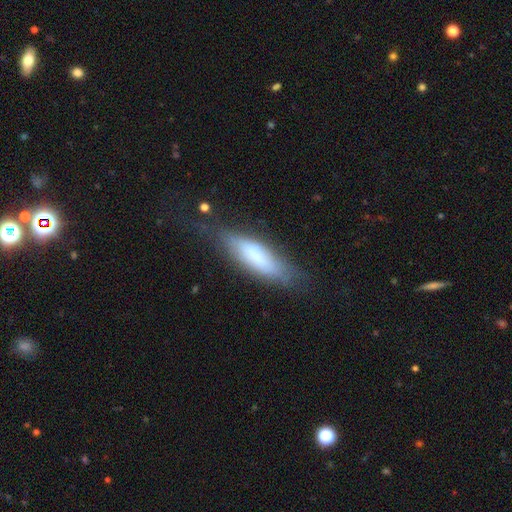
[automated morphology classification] This is likely a smooth galaxy (64%). How rounded: possibly cigar-shaped (56%). Merging: likely none (61%).